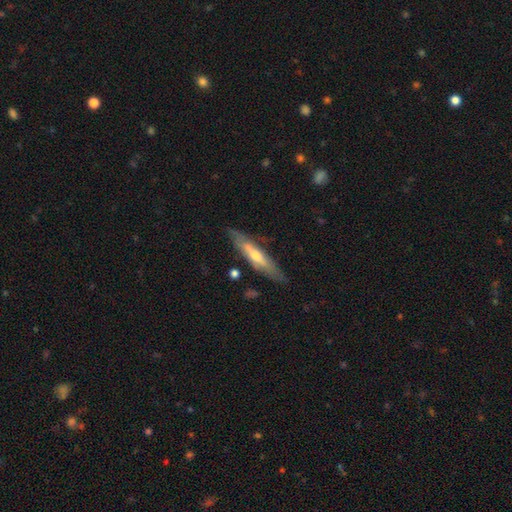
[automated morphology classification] A featured or disk galaxy (57%) viewed edge-on (71%).

Vote fractions:
- Smooth or featured? featured or disk: 57% / smooth: 38% / star or artifact: 6%
- Edge-on disk? yes: 71% / no: 29%
- Merging? none: 78% / minor disturbance: 16% / major disturbance: 4% / merger: 2%